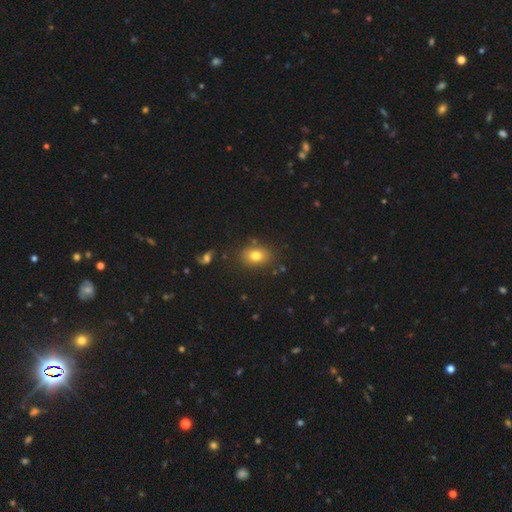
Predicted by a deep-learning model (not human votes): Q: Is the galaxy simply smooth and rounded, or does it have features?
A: smooth — 79%.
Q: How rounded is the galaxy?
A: in between — 64%.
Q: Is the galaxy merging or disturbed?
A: none — 82%.